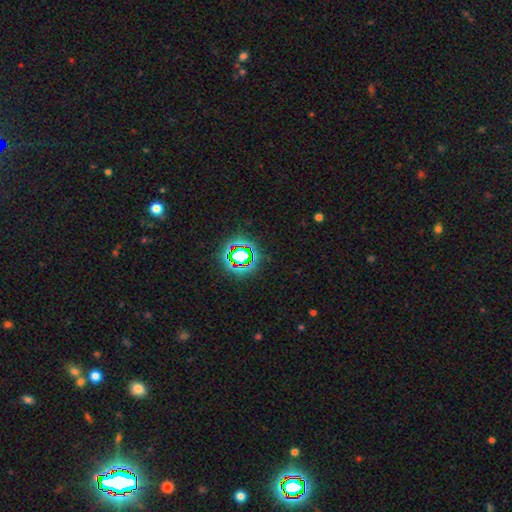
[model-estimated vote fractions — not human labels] smooth_or_featured: star or artifact (p=0.75) [alt: smooth p=0.16]